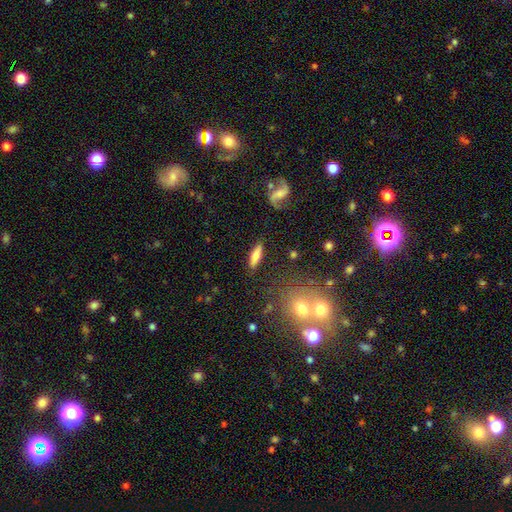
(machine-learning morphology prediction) The model was most divided on "how rounded": cigar-shaped: 59%, in between: 38%, round: 3%. More confident: merging — none (85%); smooth or featured — smooth (60%).